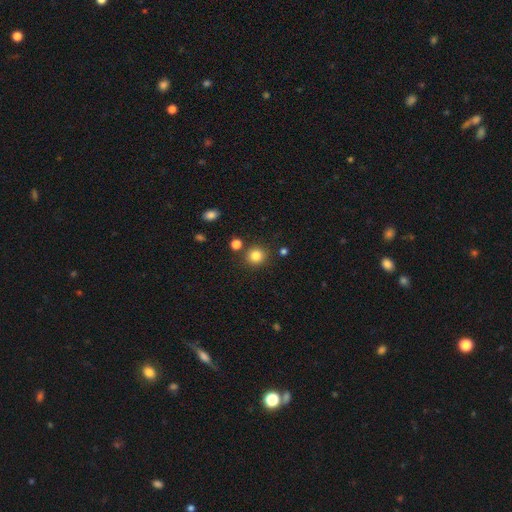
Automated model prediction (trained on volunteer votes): Smooth or featured: smooth — 83% (star or artifact — 12%)
How rounded: round — 91% (in between — 8%)
Merging: none — 84% (minor disturbance — 7%)